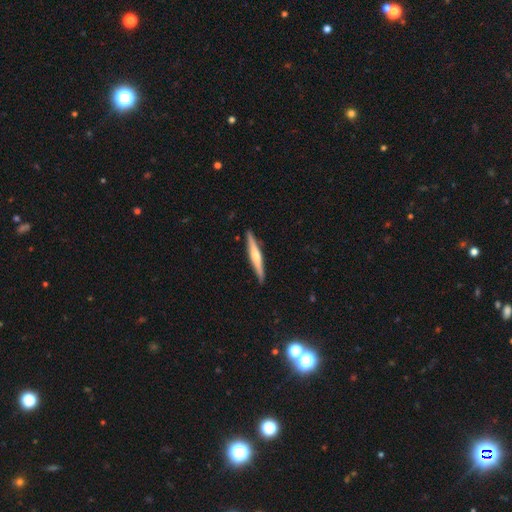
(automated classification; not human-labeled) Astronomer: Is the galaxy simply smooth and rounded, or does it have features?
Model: featured or disk — 59% (runner-up: smooth, 36%).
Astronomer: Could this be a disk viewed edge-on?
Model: yes — 97%.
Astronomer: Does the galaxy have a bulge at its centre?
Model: rounded — 74%.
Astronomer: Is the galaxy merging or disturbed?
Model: none — 91%.